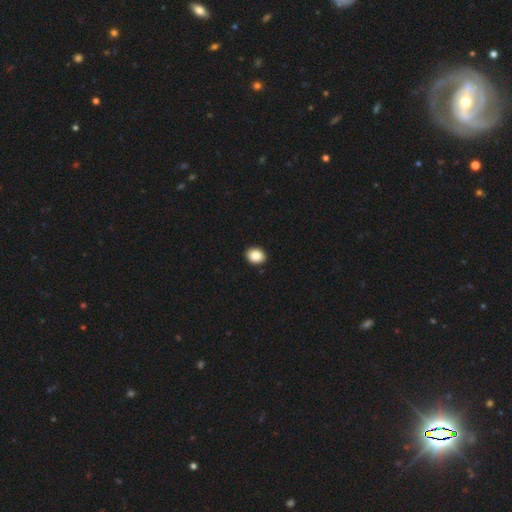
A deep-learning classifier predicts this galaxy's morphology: The model was most divided on "how rounded": in between: 53%, round: 47%, cigar-shaped: 1%. More confident: merging — none (92%); smooth or featured — smooth (86%).